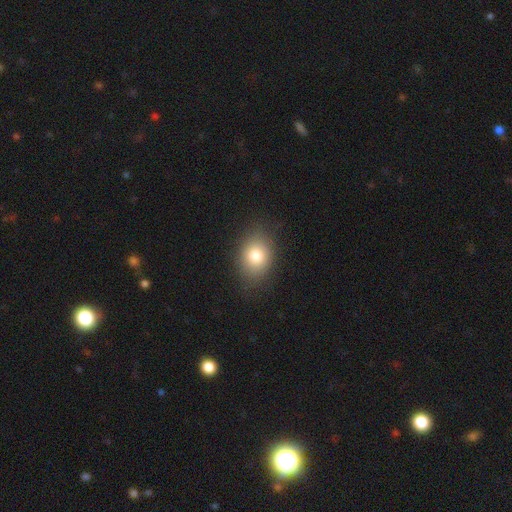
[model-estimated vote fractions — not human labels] smooth-or-featured: smooth: 80% | star or artifact: 11% | featured or disk: 10%
  how-rounded: in between: 59% | round: 40% | cigar-shaped: 1%
  merging: none: 83% | minor disturbance: 12% | major disturbance: 4% | merger: 1%